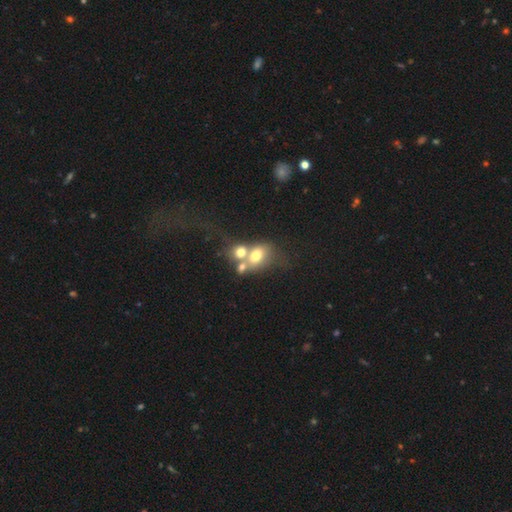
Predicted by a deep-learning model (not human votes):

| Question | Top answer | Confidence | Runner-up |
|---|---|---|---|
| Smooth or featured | smooth | 64% | featured or disk (24%) |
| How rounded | round | 49% | tied: in between (49%) |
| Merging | merger | 62% | none (22%) |